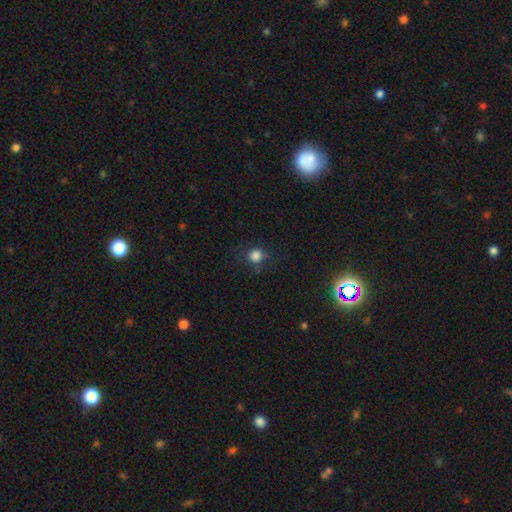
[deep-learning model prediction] Smooth or featured? Predicted: smooth (p=0.82). How rounded? Predicted: round (p=0.90). Merging? Predicted: none (p=0.78).